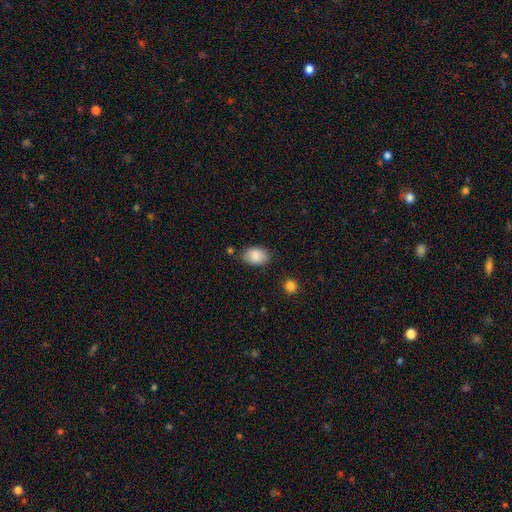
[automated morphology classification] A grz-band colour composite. It shows a smooth galaxy with no disk features (87%) that is in between round and cigar-shaped (86%). Merging: none (79%).